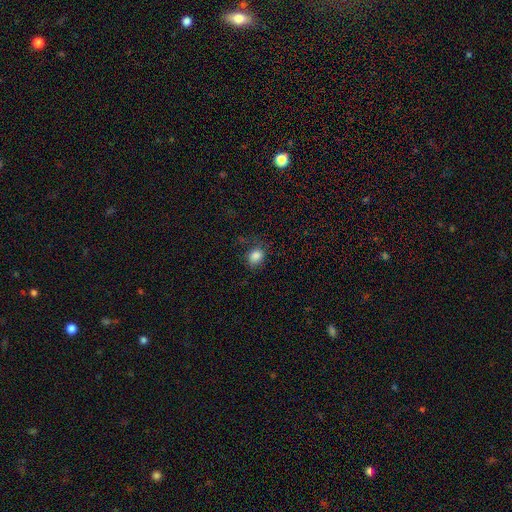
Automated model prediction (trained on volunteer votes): A smooth galaxy with no disk features (84%) that is in between round and cigar-shaped (53%).

Vote fractions:
- Smooth or featured? smooth: 84% / star or artifact: 10% / featured or disk: 5%
- How rounded? in between: 53% / round: 46% / cigar-shaped: 1%
- Merging? none: 68% / minor disturbance: 20% / major disturbance: 10% / merger: 2%